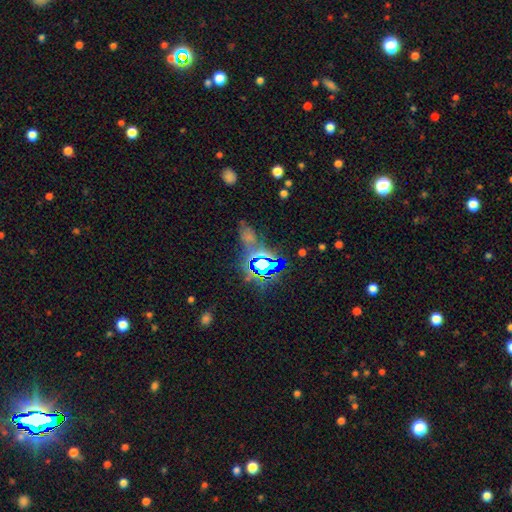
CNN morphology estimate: Q: Smooth or featured?
A: star or artifact (72%); runner-up: smooth (18%)